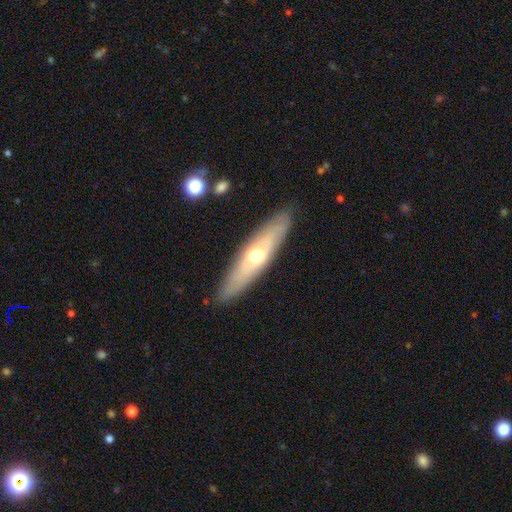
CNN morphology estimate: This is possibly a featured or disk galaxy (59%). It is possibly viewed edge-on (52%). Merging: clearly none (87%).